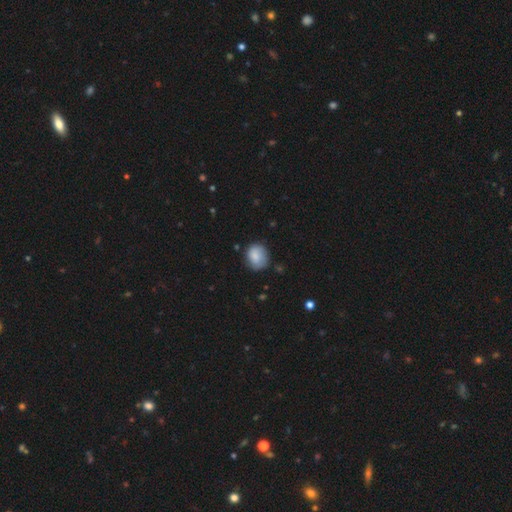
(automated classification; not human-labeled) Smooth or featured?
  - smooth: 83% *
  - featured or disk: 10%
  - star or artifact: 7%
How rounded?
  - round: 66% *
  - in between: 34%
  - cigar-shaped: 1%
Merging?
  - none: 69% *
  - minor disturbance: 24%
  - major disturbance: 5%
  - merger: 2%